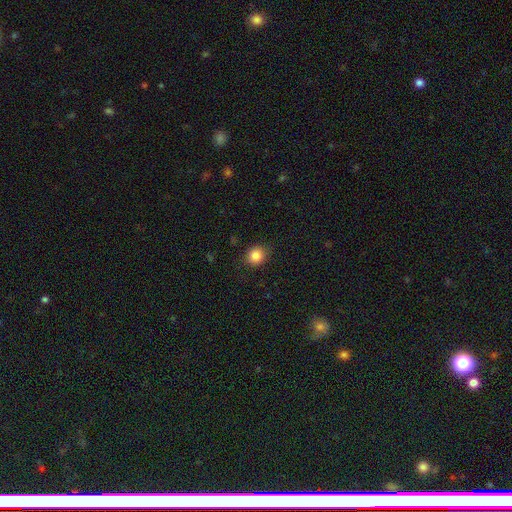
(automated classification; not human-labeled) A smooth galaxy with no disk features (84%) that is round (74%). Merging: none (86%).